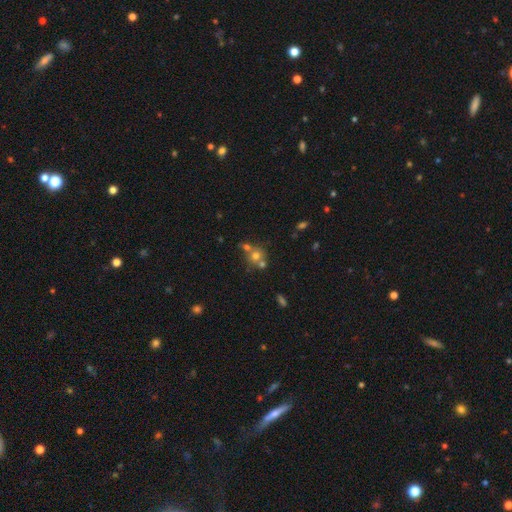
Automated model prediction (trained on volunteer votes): A smooth galaxy with no disk features (60%) that is round (82%). Merging: none (46%).